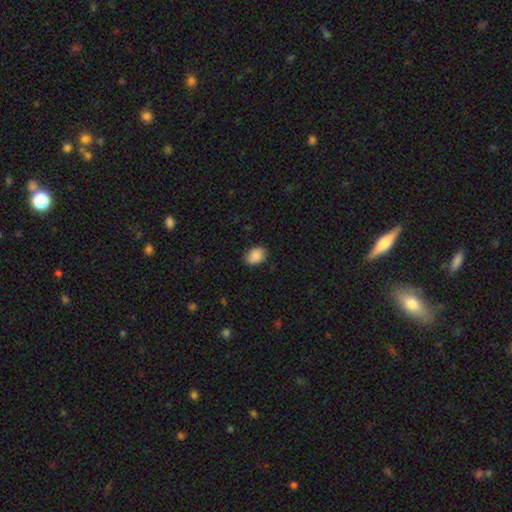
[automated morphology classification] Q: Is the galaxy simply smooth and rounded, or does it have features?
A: smooth — 88%.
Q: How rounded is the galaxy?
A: in between — 74%.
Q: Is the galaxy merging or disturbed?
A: none — 83%.